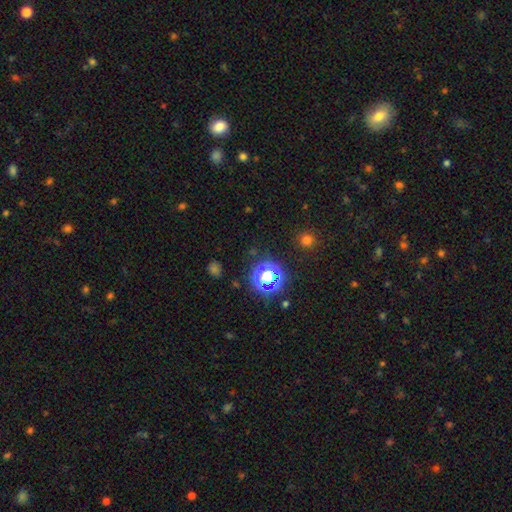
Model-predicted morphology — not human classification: The model was most divided on "smooth or featured": star or artifact: 72%, smooth: 21%, featured or disk: 8%.